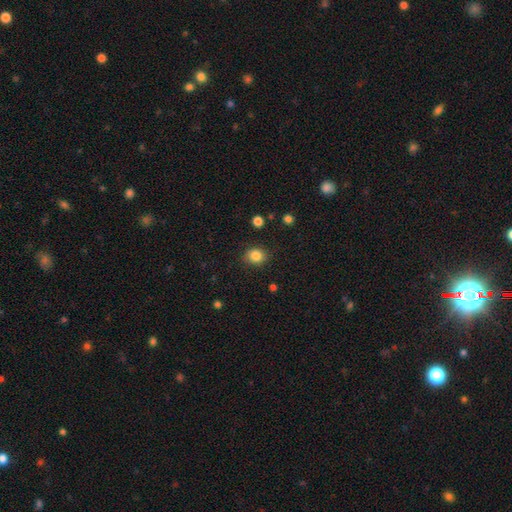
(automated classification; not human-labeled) smooth_or_featured: smooth (p=0.84) [alt: star or artifact p=0.10]
how_rounded: round (p=0.65) [alt: in between p=0.34]
merging: none (p=0.85) [alt: minor disturbance p=0.11]